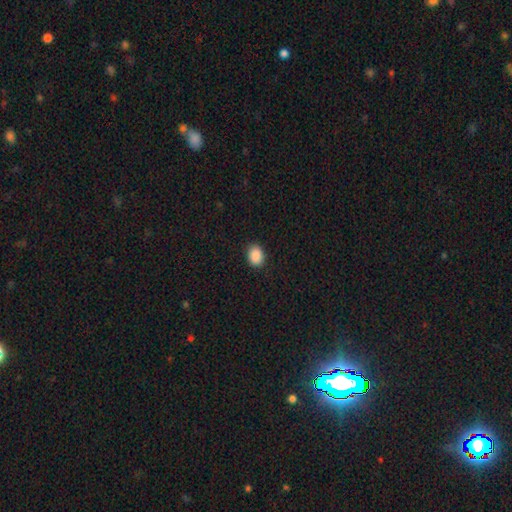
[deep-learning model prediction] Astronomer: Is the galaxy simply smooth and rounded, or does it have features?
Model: smooth — 89%.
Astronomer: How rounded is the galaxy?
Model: in between — 65%.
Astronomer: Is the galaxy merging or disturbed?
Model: none — 89%.